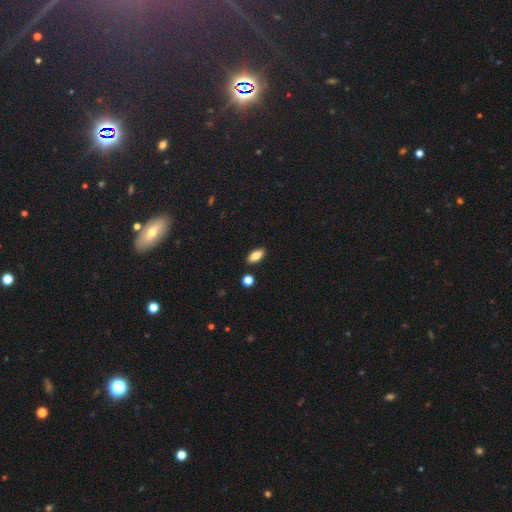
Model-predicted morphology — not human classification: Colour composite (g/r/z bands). It shows a smooth galaxy with no disk features (81%) that is in between round and cigar-shaped (85%). Merging: none (87%).